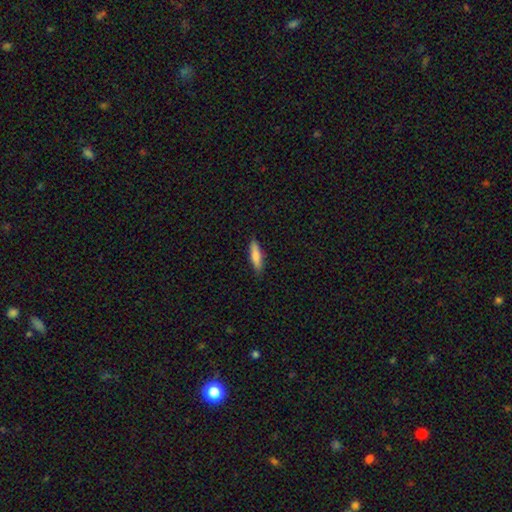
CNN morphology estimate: Smooth or featured? Predicted: smooth (p=0.80). How rounded? Predicted: cigar-shaped (p=0.73). Merging? Predicted: none (p=0.88).